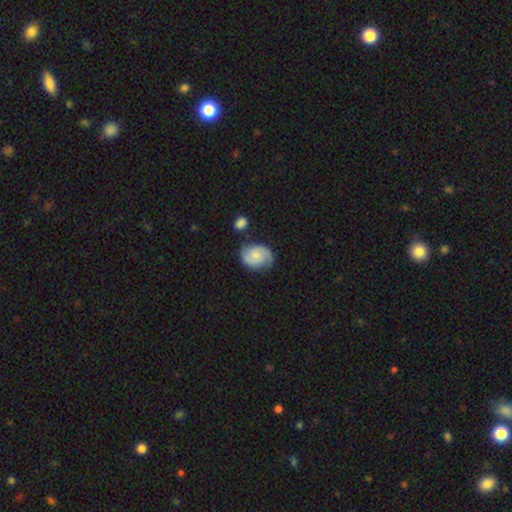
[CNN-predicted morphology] Smooth or featured? featured or disk (59%)
Edge-on disk? no (97%)
Bar? no (68%)
Spiral arms? yes (92%)
Spiral winding? medium (44%)
Spiral arm count? 2 (85%)
Bulge size? small (52%)
Merging? none (66%)